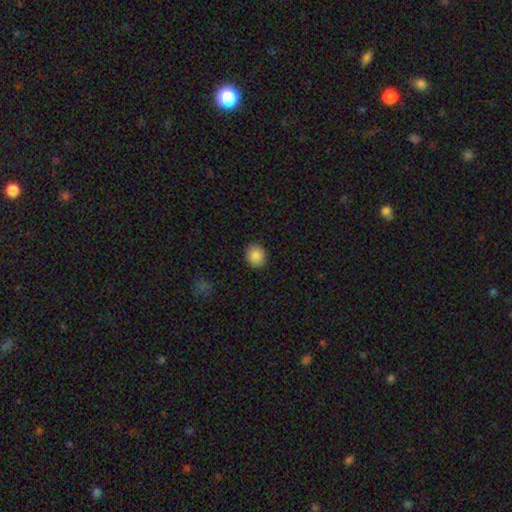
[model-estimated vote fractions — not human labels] A smooth galaxy with no disk features (87%) that is round (72%). Merging: none (89%).